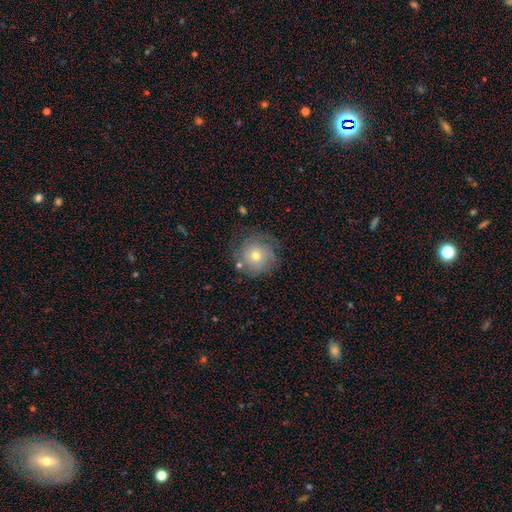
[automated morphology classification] A featured or disk galaxy (45%). Merging: none (74%).